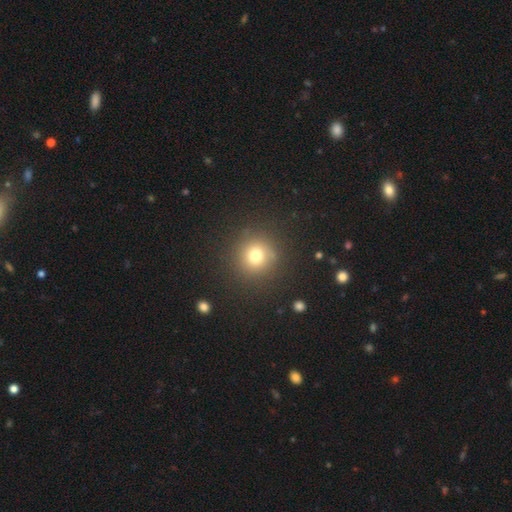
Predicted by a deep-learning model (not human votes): Q: Smooth or featured?
A: smooth (75%); runner-up: star or artifact (16%)
Q: How rounded?
A: round (92%); runner-up: in between (7%)
Q: Merging?
A: none (87%); runner-up: minor disturbance (8%)